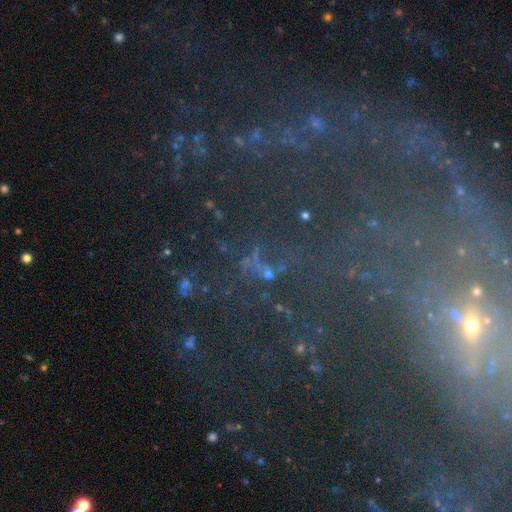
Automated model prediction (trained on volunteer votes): A star or artifact, not a galaxy (73%).

Vote fractions:
- Smooth or featured? star or artifact: 73% / smooth: 14% / featured or disk: 14%